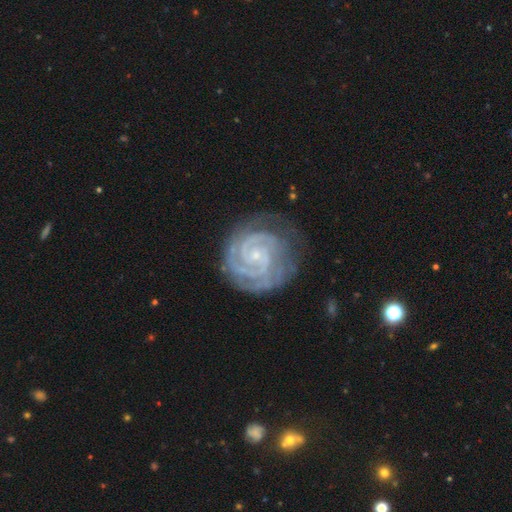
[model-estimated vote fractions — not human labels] Smooth or featured: featured or disk — 92% (star or artifact — 5%)
Edge-on disk: no — 98% (yes — 2%)
Bar: no — 64% (weak — 26%)
Spiral arms: yes — 99% (no — 1%)
Spiral winding: tight — 83% (medium — 16%)
Spiral arm count: 2 — 46% (3 — 23%)
Bulge size: small — 83% (moderate — 11%)
Merging: none — 75% (minor disturbance — 18%)